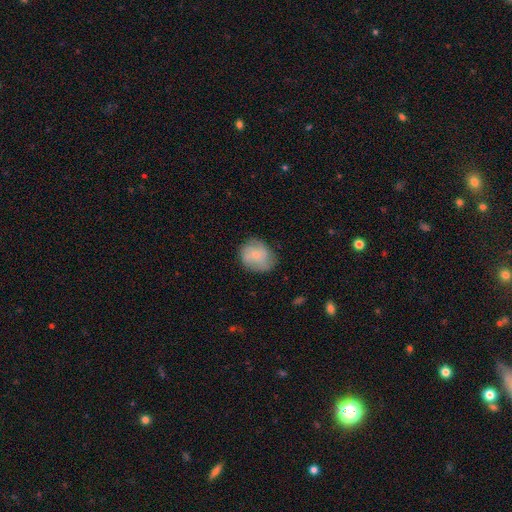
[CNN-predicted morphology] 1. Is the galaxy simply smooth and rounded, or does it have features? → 55% smooth, 38% featured or disk, 7% star or artifact.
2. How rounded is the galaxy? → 65% round, 34% in between, 1% cigar-shaped.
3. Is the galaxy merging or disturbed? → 69% none, 23% minor disturbance, 7% major disturbance, 1% merger.